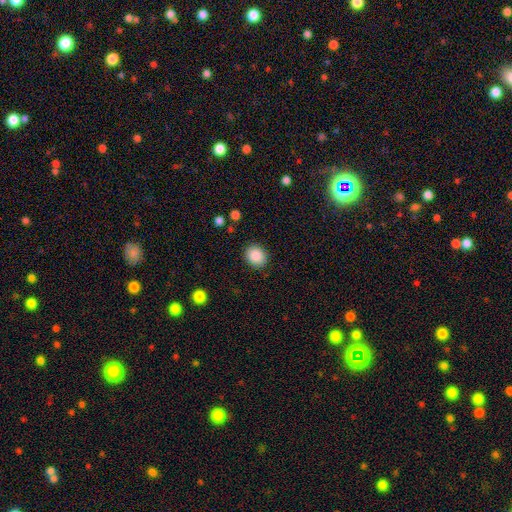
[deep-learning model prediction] smooth-or-featured: smooth: 88% | star or artifact: 8% | featured or disk: 4%
  how-rounded: round: 65% | in between: 34% | cigar-shaped: 1%
  merging: none: 89% | minor disturbance: 8% | major disturbance: 2% | merger: 1%